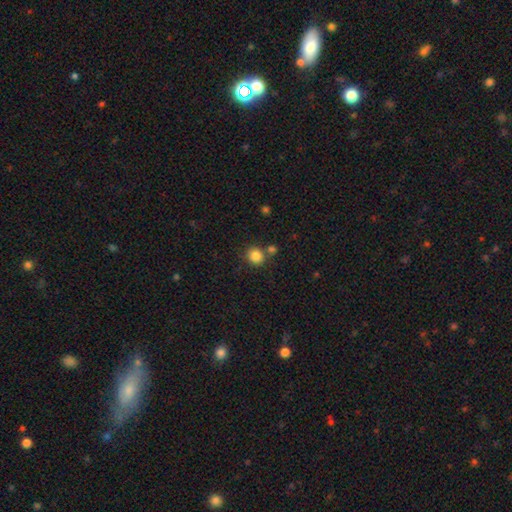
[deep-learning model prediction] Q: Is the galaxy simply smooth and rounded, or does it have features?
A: smooth — 85%.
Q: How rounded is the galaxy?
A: round — 86%.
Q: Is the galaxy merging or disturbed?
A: none — 72%.